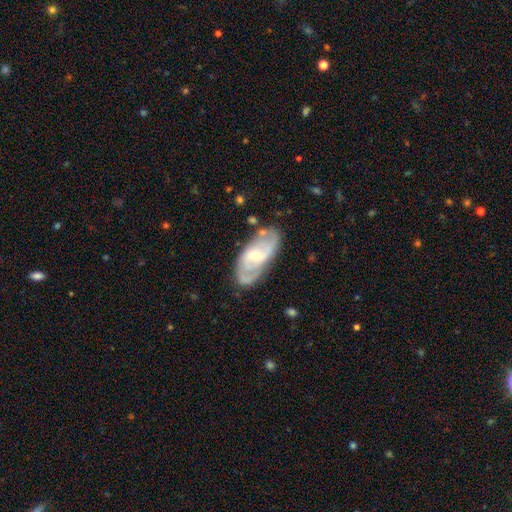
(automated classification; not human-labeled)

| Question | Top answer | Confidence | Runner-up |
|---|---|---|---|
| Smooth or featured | featured or disk | 75% | smooth (20%) |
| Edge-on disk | no | 93% | yes (7%) |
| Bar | weak | 48% | no (37%) |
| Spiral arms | yes | 87% | no (13%) |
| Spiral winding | medium | 46% | tight (32%) |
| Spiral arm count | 2 | 70% | can't tell (19%) |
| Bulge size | small | 54% | moderate (39%) |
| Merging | none | 71% | minor disturbance (20%) |